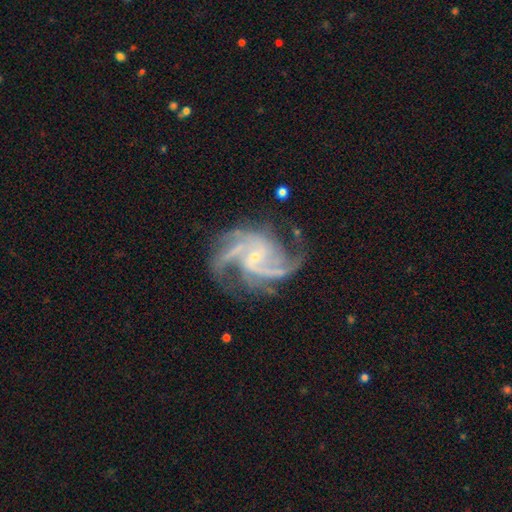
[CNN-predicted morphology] A featured or disk galaxy (91%) with no bar (53%), 3 (37%) medium (57%) spiral arms (98%) and a small central bulge (81%). Merging: none (67%).